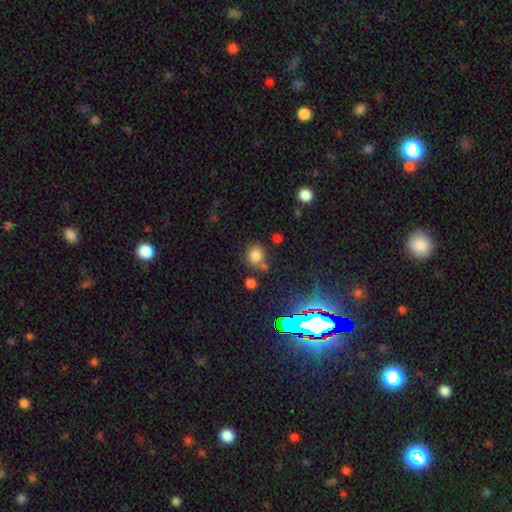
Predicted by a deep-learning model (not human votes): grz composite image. It shows a smooth galaxy with no disk features (75%) that is round (76%). Merging: none (67%).